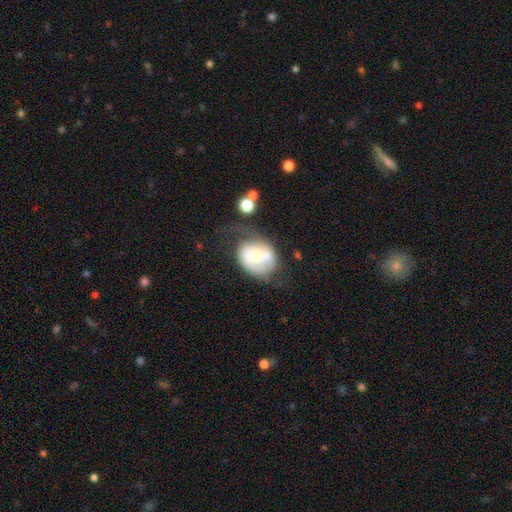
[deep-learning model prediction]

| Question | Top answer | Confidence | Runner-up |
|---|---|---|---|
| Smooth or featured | featured or disk | 51% | smooth (42%) |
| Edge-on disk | no | 96% | yes (4%) |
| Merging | none | 31% | major disturbance (28%) |